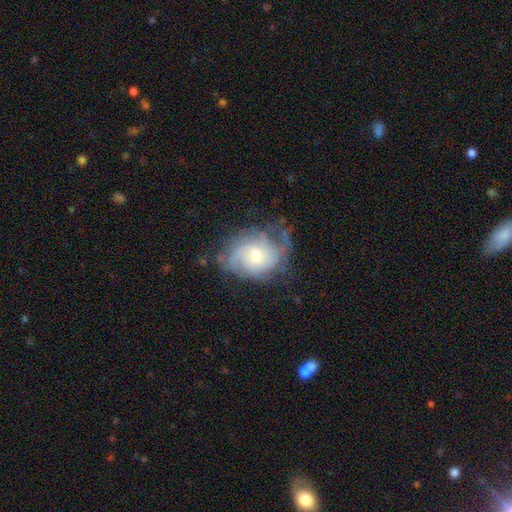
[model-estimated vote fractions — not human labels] The model was most divided on "spiral arm count": can't tell: 33%, 2: 28%, 3: 20%, 4: 8%, 1: 6%, more than 4: 4%. Remaining: edge-on disk — no (97%); spiral arms — yes (92%); smooth or featured — featured or disk (77%); bar — no (68%); merging — none (55%); bulge size — moderate (55%); spiral winding — tight (46%).